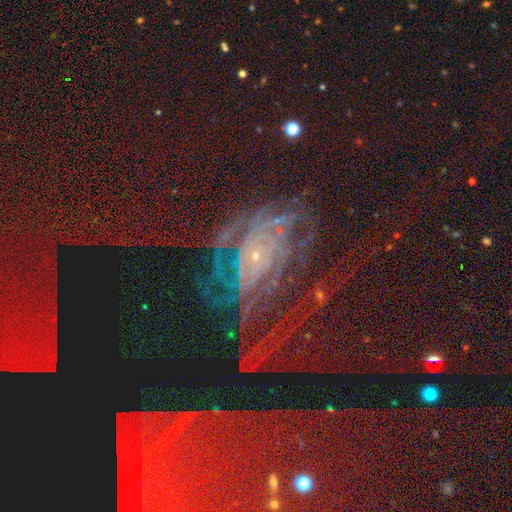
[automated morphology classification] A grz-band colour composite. It shows a star or artifact, not a galaxy (46%).